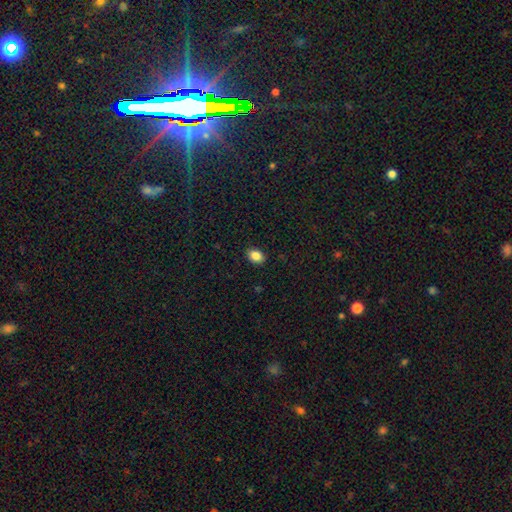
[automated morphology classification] Overall: smooth (87%). How rounded: in between (68%; round 31%). Merging: none (89%).